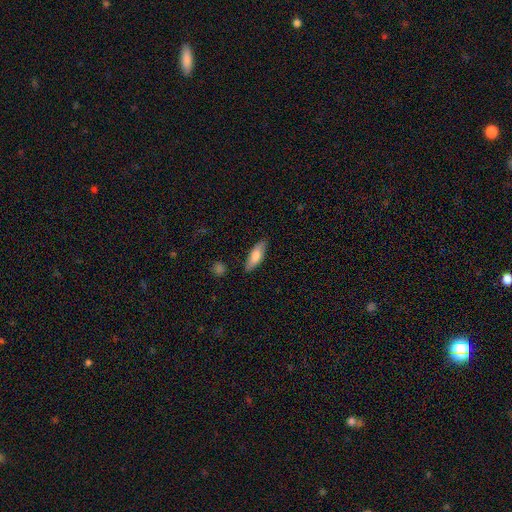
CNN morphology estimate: Smooth or featured? smooth (74%)
How rounded? in between (61%)
Merging? none (84%)